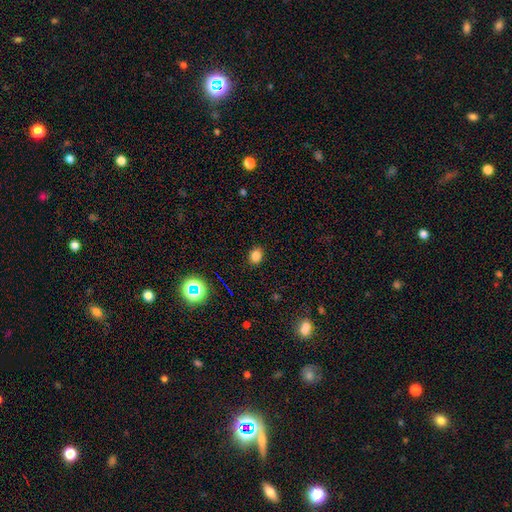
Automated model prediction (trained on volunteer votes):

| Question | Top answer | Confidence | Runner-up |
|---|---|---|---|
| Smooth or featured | smooth | 79% | star or artifact (15%) |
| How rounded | in between | 54% | round (45%) |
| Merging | none | 88% | minor disturbance (8%) |